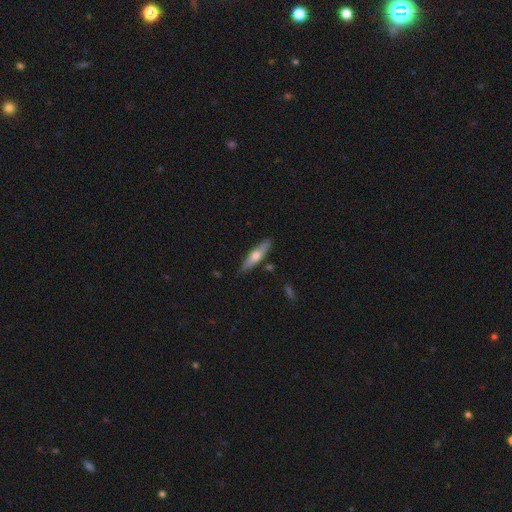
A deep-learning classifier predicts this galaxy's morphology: A smooth galaxy with no disk features (54%) that is cigar-shaped (74%). Merging: none (84%).